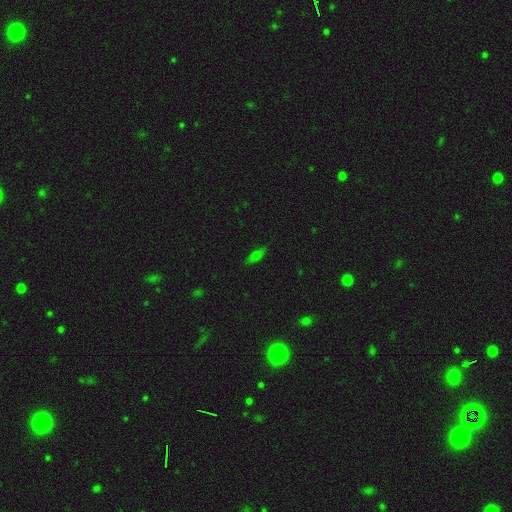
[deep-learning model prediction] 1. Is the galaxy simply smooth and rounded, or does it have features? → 57% smooth, 25% featured or disk, 17% star or artifact.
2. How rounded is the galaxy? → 61% in between, 34% cigar-shaped, 5% round.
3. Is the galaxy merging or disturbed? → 83% none, 13% minor disturbance, 3% major disturbance, 1% merger.